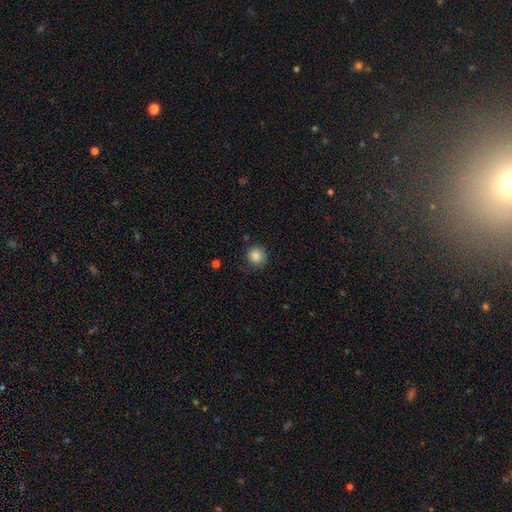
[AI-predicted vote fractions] This is clearly a smooth galaxy (84%). How rounded: clearly round (94%). Merging: clearly none (86%).